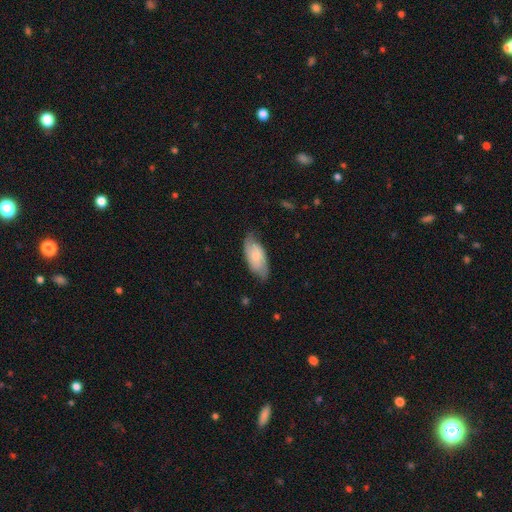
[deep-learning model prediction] Morphology: type=smooth (54%); roundness=in between (91%); merging=none (69%).